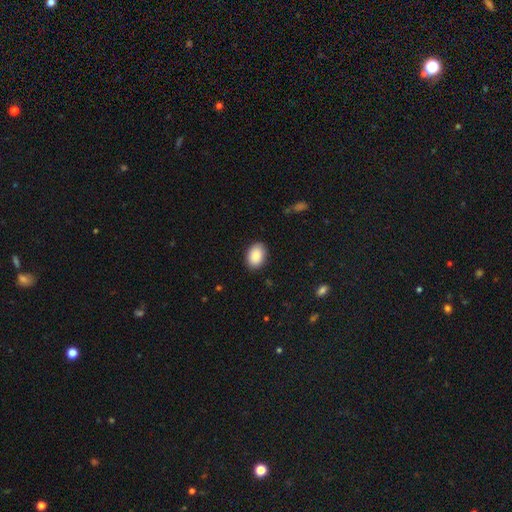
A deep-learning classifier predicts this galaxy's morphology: Smooth or featured?
  - smooth: 89% *
  - star or artifact: 7%
  - featured or disk: 4%
How rounded?
  - in between: 83% *
  - round: 16%
  - cigar-shaped: 1%
Merging?
  - none: 88% *
  - minor disturbance: 9%
  - major disturbance: 2%
  - merger: 1%